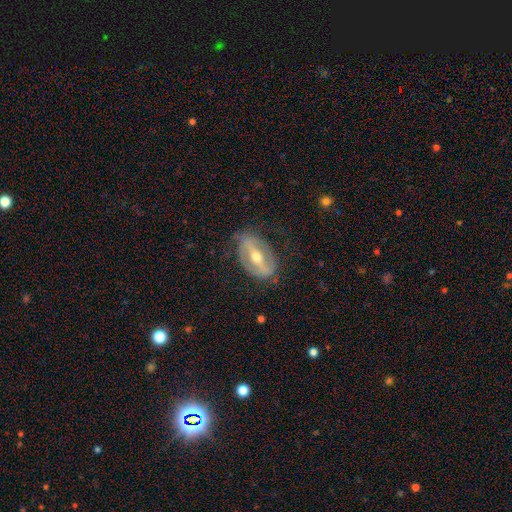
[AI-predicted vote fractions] Q: Smooth or featured?
A: featured or disk (77%); runner-up: smooth (17%)
Q: Edge-on disk?
A: no (88%); runner-up: yes (12%)
Q: Bar?
A: strong (68%); runner-up: weak (22%)
Q: Spiral arms?
A: yes (54%); runner-up: no (46%)
Q: Bulge size?
A: moderate (66%); runner-up: small (29%)
Q: Merging?
A: none (74%); runner-up: minor disturbance (17%)